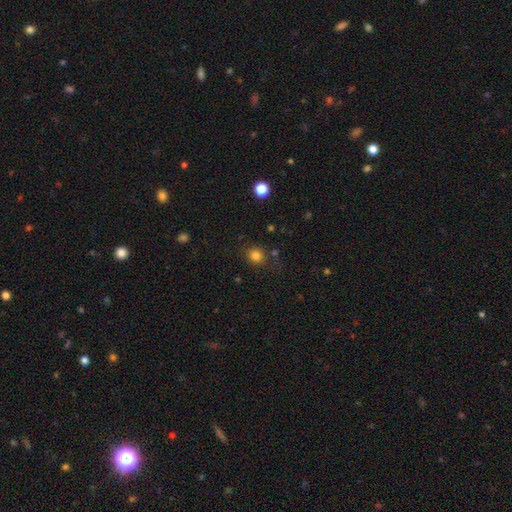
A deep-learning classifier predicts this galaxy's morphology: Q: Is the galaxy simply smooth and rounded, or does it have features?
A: smooth — 81%.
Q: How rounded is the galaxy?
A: round — 77%.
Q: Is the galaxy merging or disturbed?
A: none — 77%.